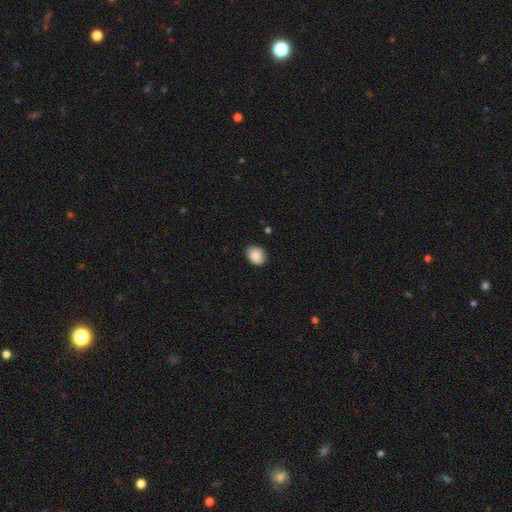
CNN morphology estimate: This is clearly a smooth galaxy (86%). How rounded: possibly in between (53%). Merging: likely none (80%).